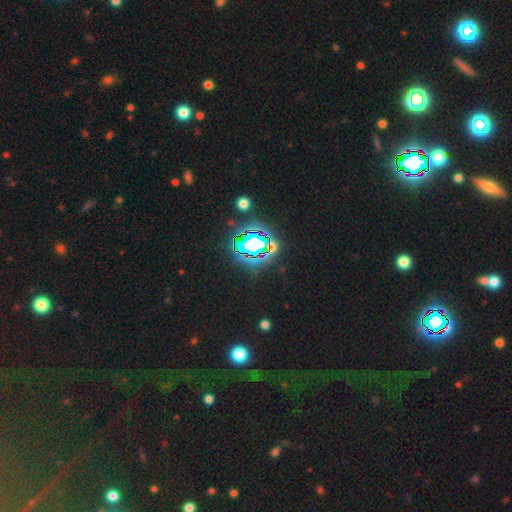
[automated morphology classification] star or artifact 76%, smooth 14%, featured or disk 10%.